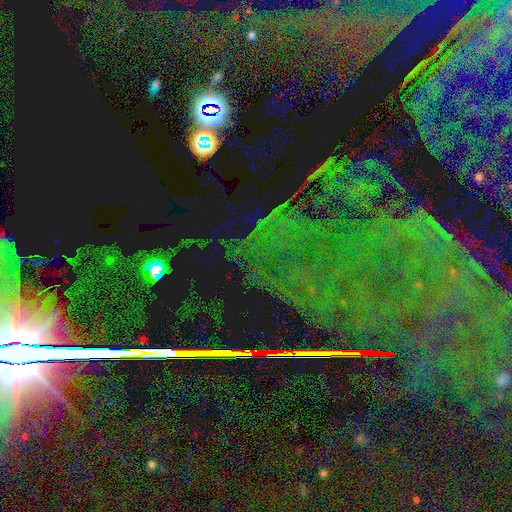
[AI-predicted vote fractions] Overall: star or artifact (83%).